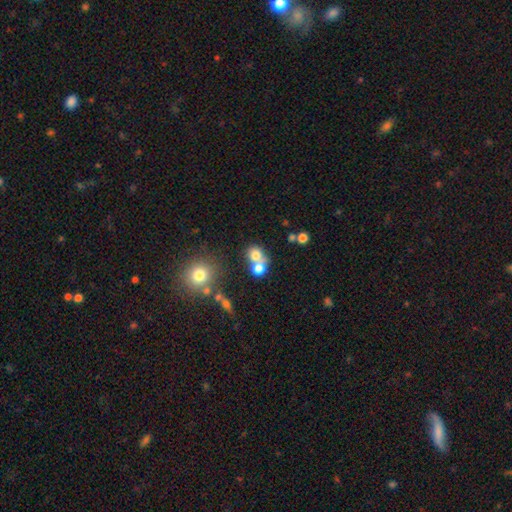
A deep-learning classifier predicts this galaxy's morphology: smooth 72%, featured or disk 15%, star or artifact 13%. Down the decision tree: how rounded — round (74%); merging — merger (55%).